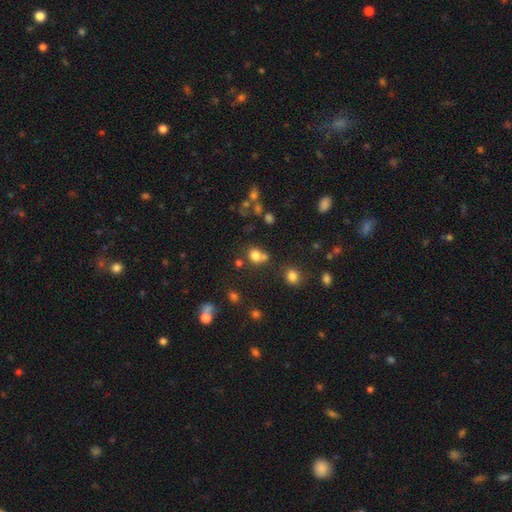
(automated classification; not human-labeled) Q: Smooth or featured?
A: smooth (76%); runner-up: star or artifact (16%)
Q: How rounded?
A: round (71%); runner-up: in between (28%)
Q: Merging?
A: none (50%); runner-up: merger (33%)